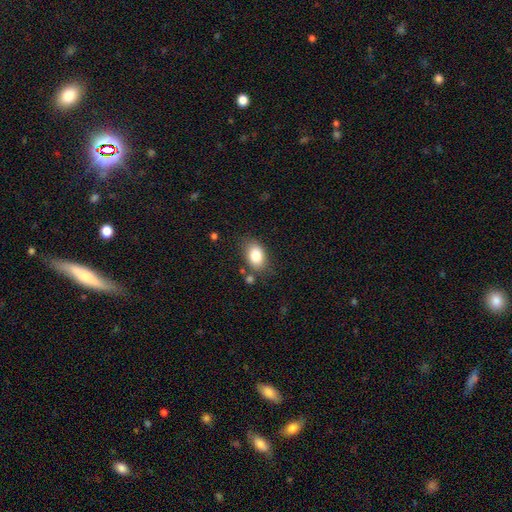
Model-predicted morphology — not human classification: The model was most divided on "merging": none: 75%, minor disturbance: 15%, merger: 5%, major disturbance: 4%. More confident: how rounded — in between (84%); smooth or featured — smooth (82%).